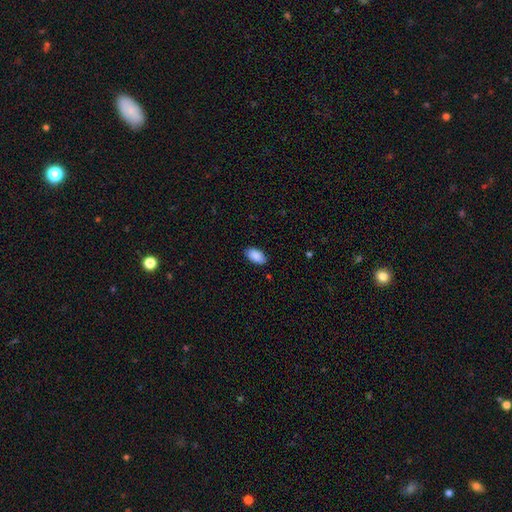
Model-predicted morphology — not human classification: This is clearly a smooth galaxy (89%). How rounded: clearly in between (95%). Merging: clearly none (85%).